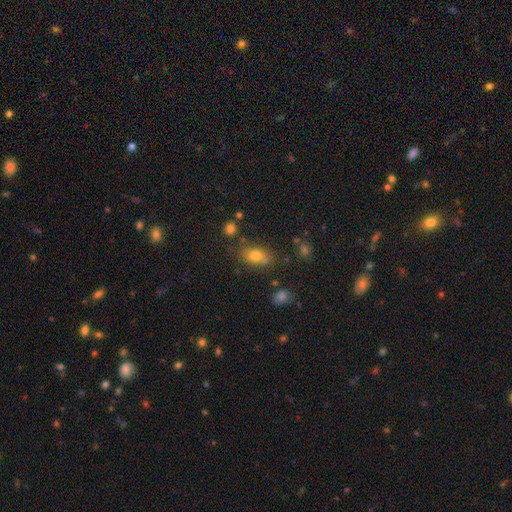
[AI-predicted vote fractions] Smooth or featured? smooth (74%)
How rounded? in between (76%)
Merging? none (68%)